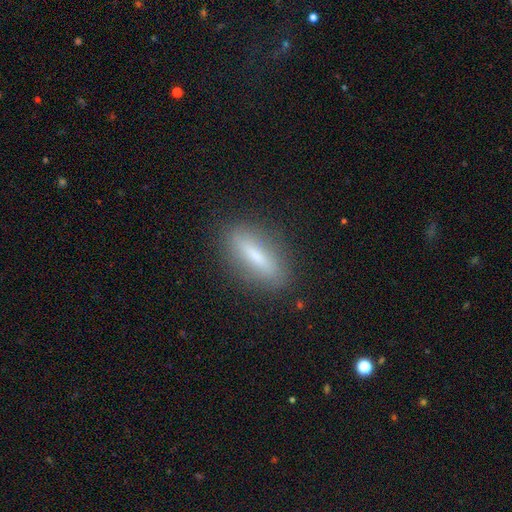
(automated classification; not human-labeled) This appears to be a smooth galaxy with no disk features (59%) that is cigar-shaped (62%). Merging: none (86%).